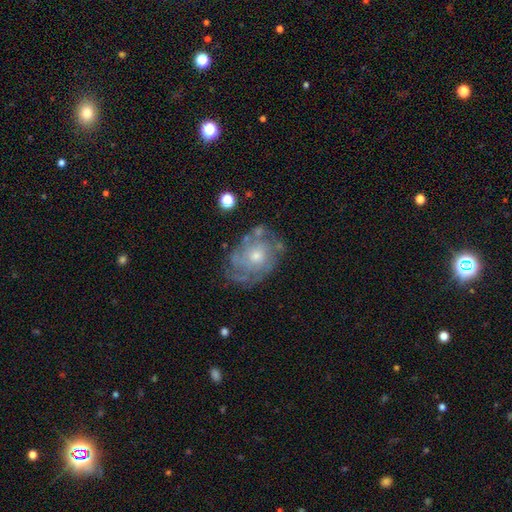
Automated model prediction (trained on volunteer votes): A featured or disk galaxy (78%) with no bar (82%), tight (61%) spiral arms (85%) and a small central bulge (49%). Merging: none (67%).